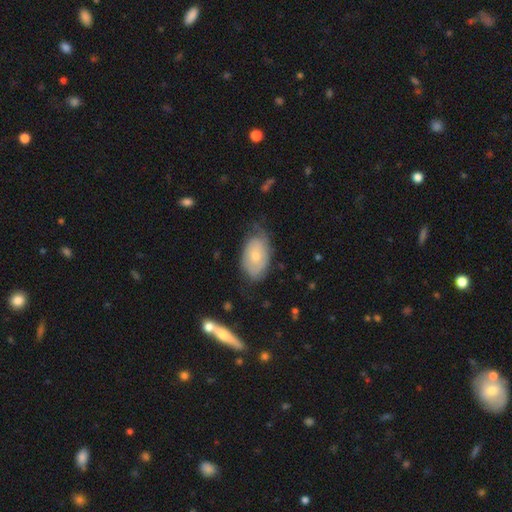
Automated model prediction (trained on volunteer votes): Morphology: type=featured or disk (47%, tied with smooth); merging=none (57%).